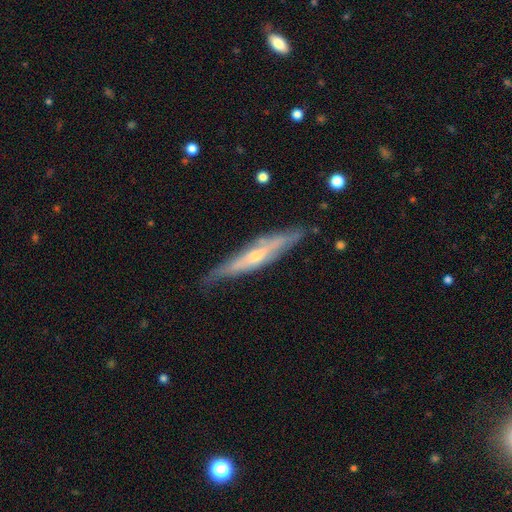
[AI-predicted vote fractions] Smooth or featured: featured or disk — 66% (smooth — 28%)
Edge-on disk: yes — 83% (no — 17%)
Edge-on bulge: rounded — 72% (none — 22%)
Merging: none — 72% (minor disturbance — 21%)